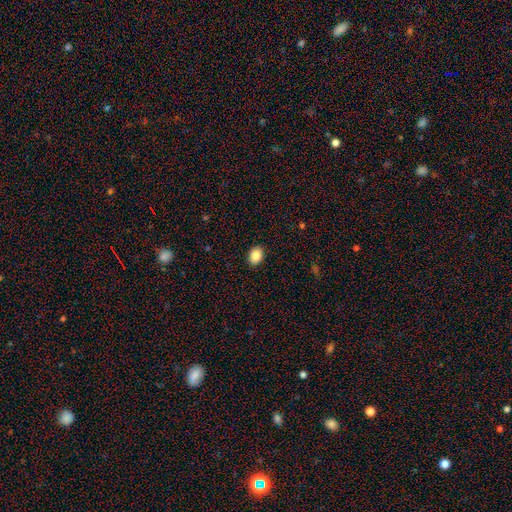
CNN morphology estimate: This is clearly a smooth galaxy (87%). How rounded: likely in between (72%). Merging: clearly none (90%).